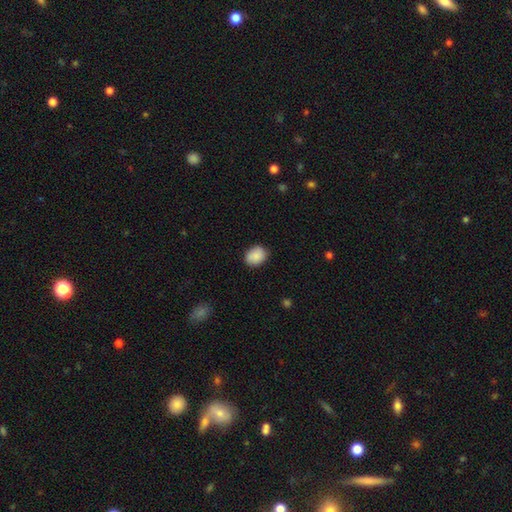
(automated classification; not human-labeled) Smooth or featured: smooth — 89% (star or artifact — 7%)
How rounded: in between — 63% (round — 36%)
Merging: none — 85% (minor disturbance — 11%)